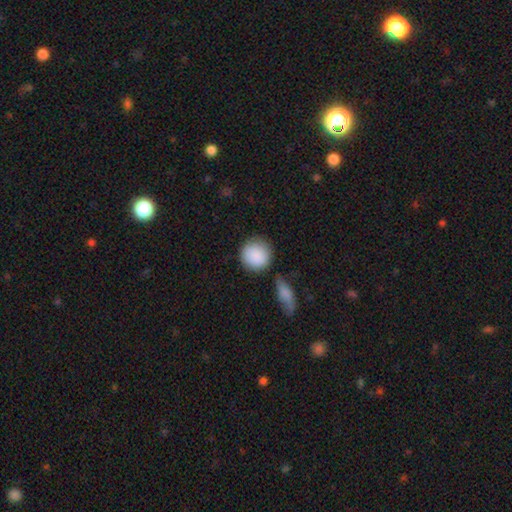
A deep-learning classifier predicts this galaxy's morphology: smooth-or-featured: smooth: 89% | star or artifact: 6% | featured or disk: 5%
  how-rounded: round: 90% | in between: 8% | cigar-shaped: 1%
  merging: none: 76% | minor disturbance: 12% | merger: 9% | major disturbance: 4%